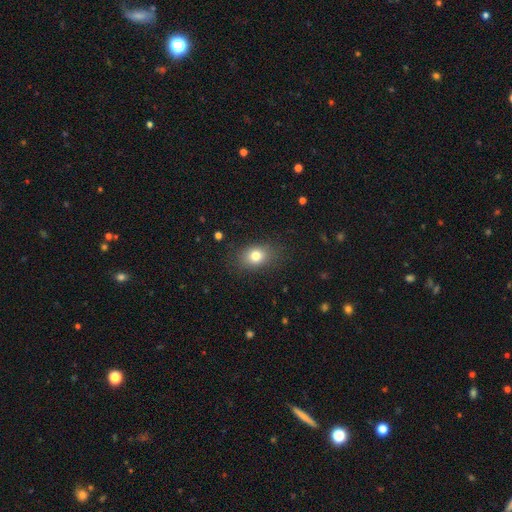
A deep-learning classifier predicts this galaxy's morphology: A smooth galaxy with no disk features (79%) that is in between round and cigar-shaped (65%). Merging: none (82%).